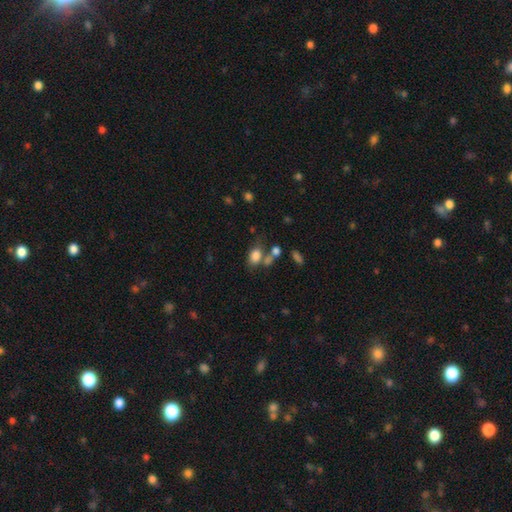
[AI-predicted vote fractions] smooth_or_featured: smooth (p=0.79) [alt: star or artifact p=0.11]
how_rounded: in between (p=0.80) [alt: round p=0.18]
merging: none (p=0.45) [alt: merger p=0.30]